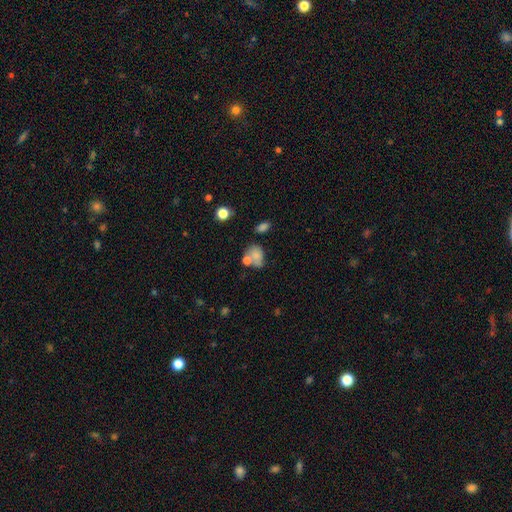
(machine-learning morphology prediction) Q: Smooth or featured?
A: smooth (73%); runner-up: featured or disk (16%)
Q: How rounded?
A: in between (67%); runner-up: round (32%)
Q: Merging?
A: none (35%); tied with: merger (35%)